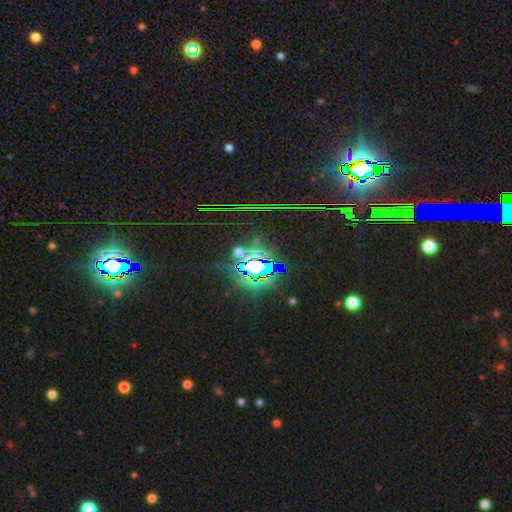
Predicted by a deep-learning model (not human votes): star or artifact 86%, featured or disk 8%, smooth 7%.